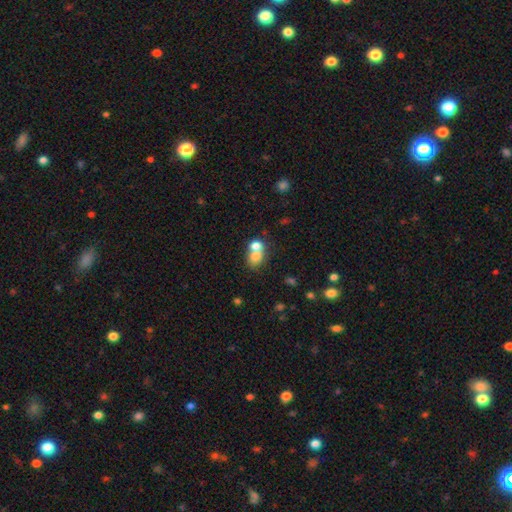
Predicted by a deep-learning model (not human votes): The model was most divided on "how rounded": in between: 50%, round: 49%, cigar-shaped: 1%. More confident: smooth or featured — smooth (72%); merging — merger (65%).